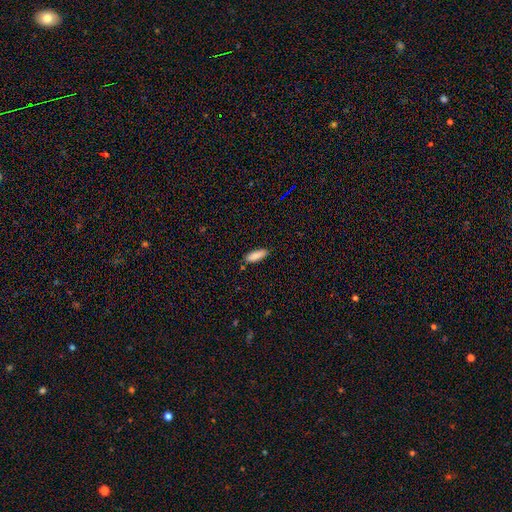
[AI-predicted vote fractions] smooth-or-featured: smooth: 87% | star or artifact: 6% | featured or disk: 6%
  how-rounded: in between: 62% | cigar-shaped: 36% | round: 2%
  merging: none: 85% | minor disturbance: 11% | major disturbance: 2% | merger: 2%